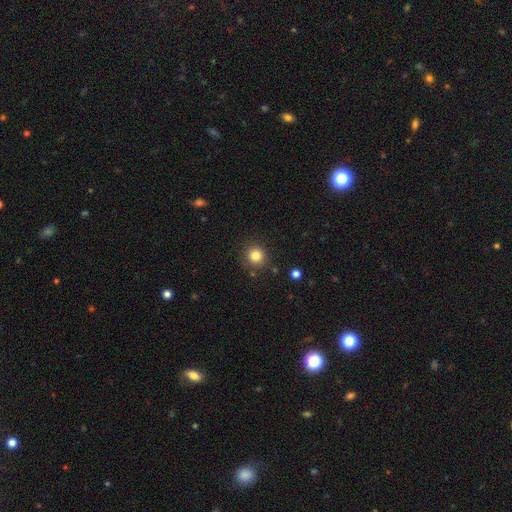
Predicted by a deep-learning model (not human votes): Q: Smooth or featured?
A: smooth (82%); runner-up: star or artifact (12%)
Q: How rounded?
A: round (90%); runner-up: in between (9%)
Q: Merging?
A: none (86%); runner-up: minor disturbance (9%)